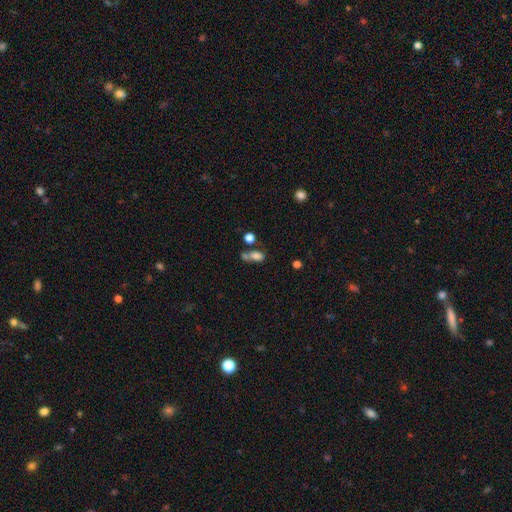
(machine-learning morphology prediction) The model was most divided on "merging": merger: 43%, none: 33%, minor disturbance: 14%, major disturbance: 10%. More confident: how rounded — in between (81%); smooth or featured — smooth (76%).